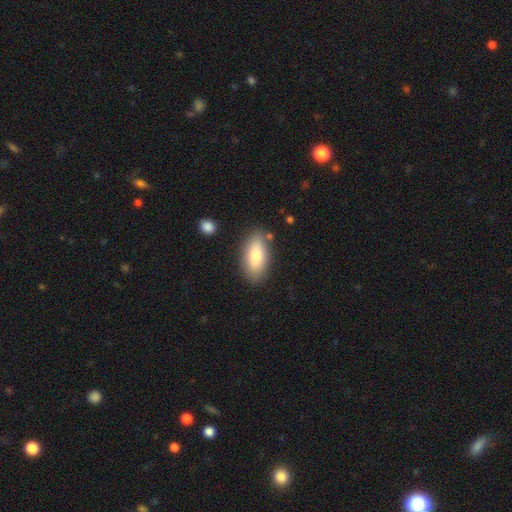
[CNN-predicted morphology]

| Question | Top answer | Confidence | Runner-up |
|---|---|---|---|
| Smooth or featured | smooth | 79% | featured or disk (14%) |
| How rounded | in between | 90% | cigar-shaped (7%) |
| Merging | none | 81% | minor disturbance (13%) |